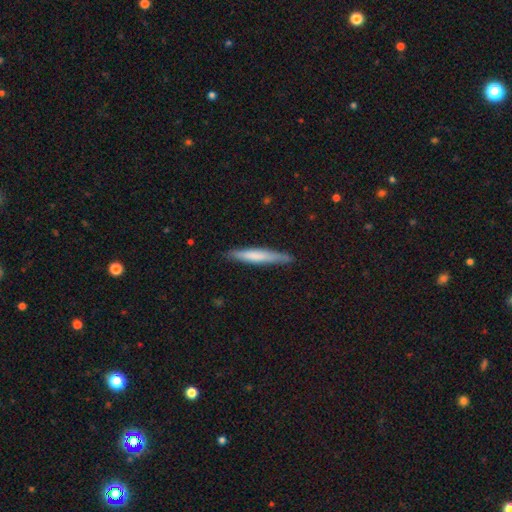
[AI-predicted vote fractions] A smooth galaxy with no disk features (62%) that is cigar-shaped (94%).

Vote fractions:
- Smooth or featured? smooth: 62% / featured or disk: 32% / star or artifact: 5%
- How rounded? cigar-shaped: 94% / in between: 5% / round: 1%
- Merging? none: 87% / minor disturbance: 11% / major disturbance: 2% / merger: 1%